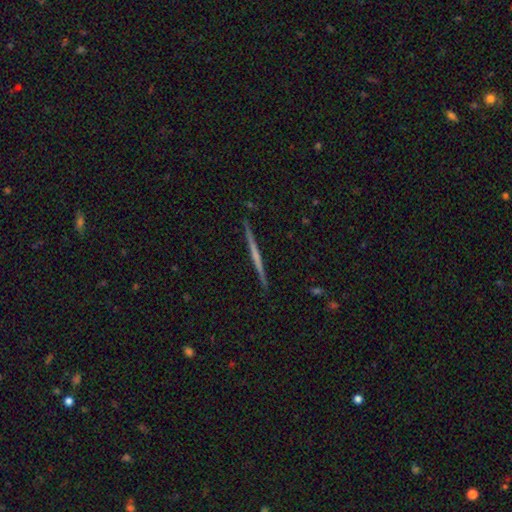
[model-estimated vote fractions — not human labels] Morphology: type=featured or disk (65%); edge-on=yes (98%); edge-on bulge=none (79%); merging=none (92%).